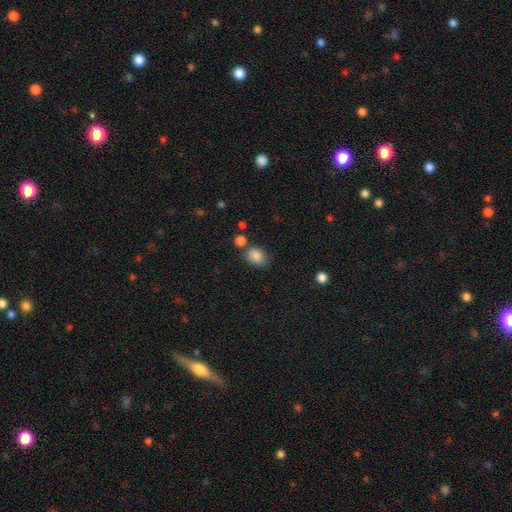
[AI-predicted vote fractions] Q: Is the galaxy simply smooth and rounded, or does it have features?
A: smooth — 86%.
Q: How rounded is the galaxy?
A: in between — 61%.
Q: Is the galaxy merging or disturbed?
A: none — 66%.